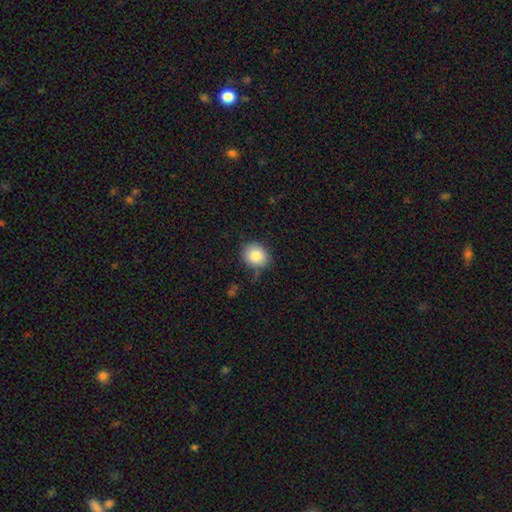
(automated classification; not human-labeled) A smooth galaxy with no disk features (86%) that is round (70%). Merging: none (79%).